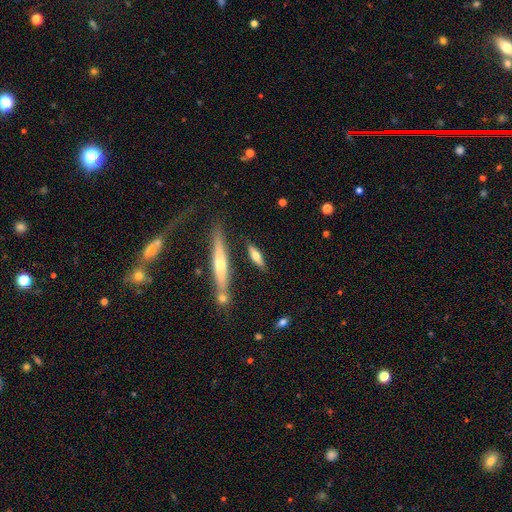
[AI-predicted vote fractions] Smooth or featured?
  - smooth: 59% *
  - featured or disk: 34%
  - star or artifact: 7%
How rounded?
  - cigar-shaped: 59% *
  - in between: 37%
  - round: 3%
Merging?
  - none: 78% *
  - minor disturbance: 12%
  - merger: 7%
  - major disturbance: 3%